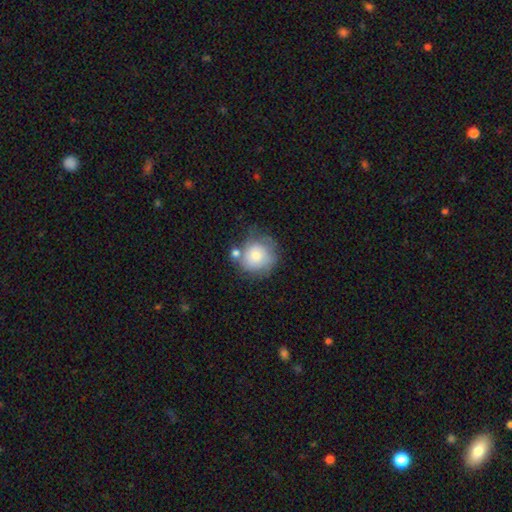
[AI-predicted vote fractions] Smooth or featured? smooth (69%)
How rounded? round (88%)
Merging? none (50%)